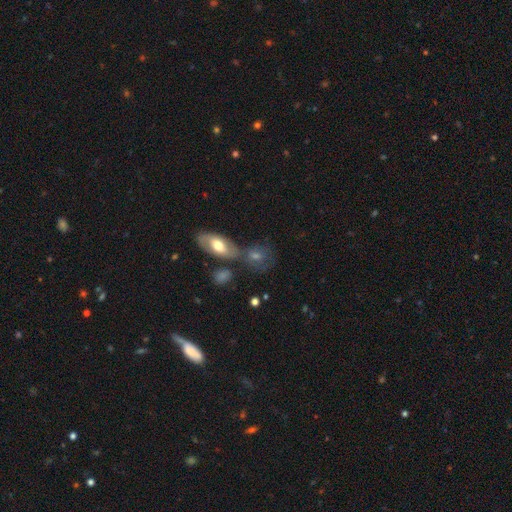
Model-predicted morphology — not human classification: Smooth or featured? Predicted: smooth (p=0.54). How rounded? Predicted: in between (p=0.54). Merging? Predicted: none (p=0.53).